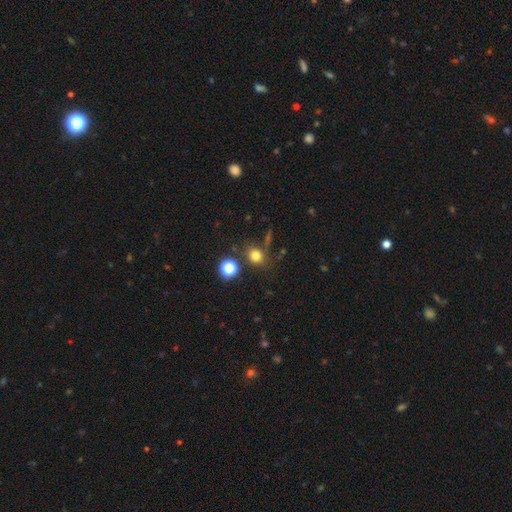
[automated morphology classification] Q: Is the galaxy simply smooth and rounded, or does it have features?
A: smooth — 76%.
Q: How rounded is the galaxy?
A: round — 74%.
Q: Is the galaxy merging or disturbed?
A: none — 71%.